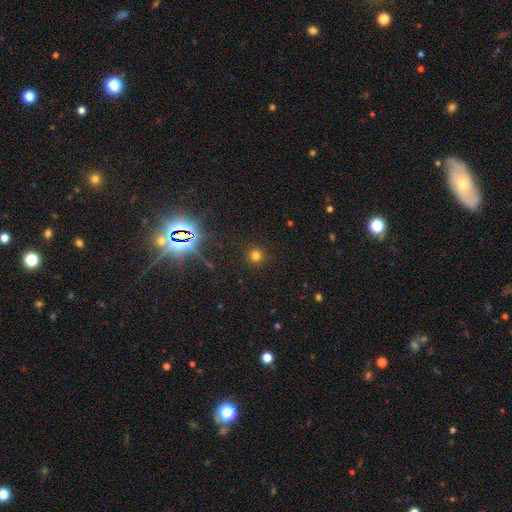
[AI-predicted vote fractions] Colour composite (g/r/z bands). It shows a smooth galaxy with no disk features (72%) that is round (95%). Merging: none (91%).